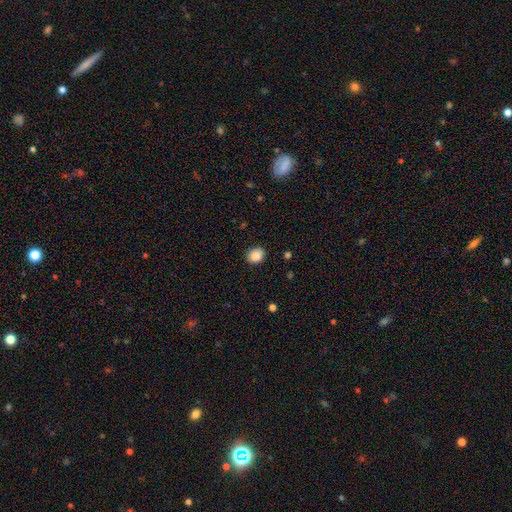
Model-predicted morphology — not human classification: This is clearly a smooth galaxy (87%). How rounded: likely round (68%). Merging: clearly none (88%).